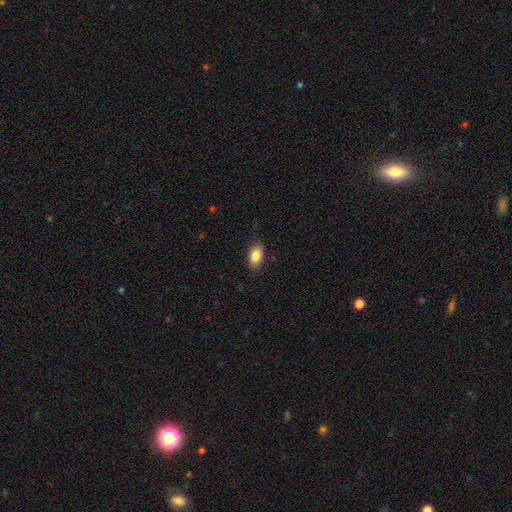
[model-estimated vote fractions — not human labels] Smooth or featured? Predicted: smooth (p=0.86). How rounded? Predicted: in between (p=0.90). Merging? Predicted: none (p=0.84).